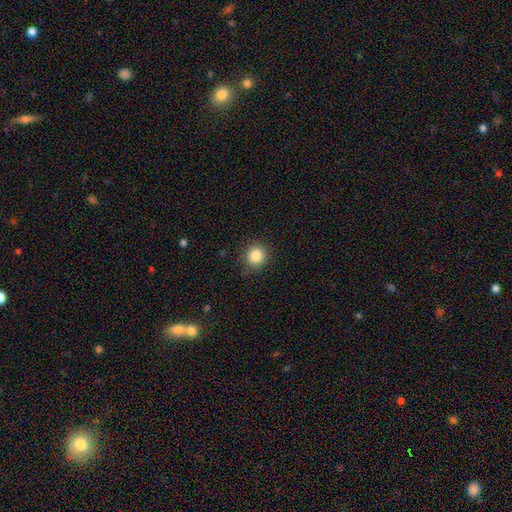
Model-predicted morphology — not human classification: Smooth or featured? smooth (84%)
How rounded? round (91%)
Merging? none (87%)